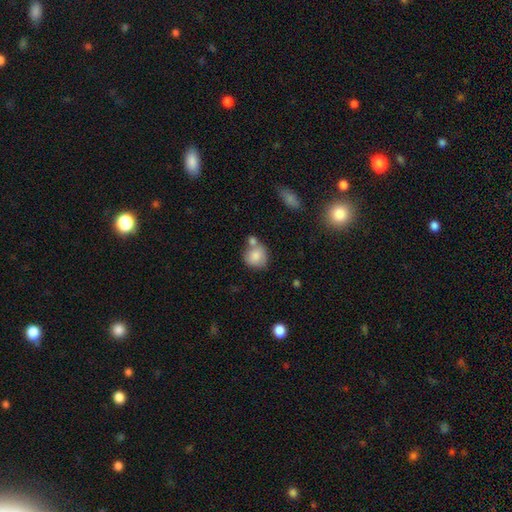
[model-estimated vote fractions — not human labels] Smooth or featured?
  - smooth: 81% *
  - featured or disk: 11%
  - star or artifact: 8%
How rounded?
  - round: 81% *
  - in between: 18%
  - cigar-shaped: 1%
Merging?
  - none: 49% *
  - merger: 32%
  - minor disturbance: 15%
  - major disturbance: 5%